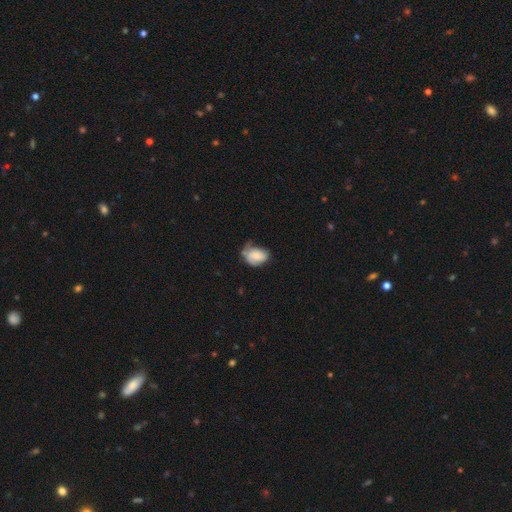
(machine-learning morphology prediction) Smooth or featured: smooth — 68% (featured or disk — 23%)
How rounded: in between — 72% (round — 27%)
Merging: minor disturbance — 40% (none — 34%)